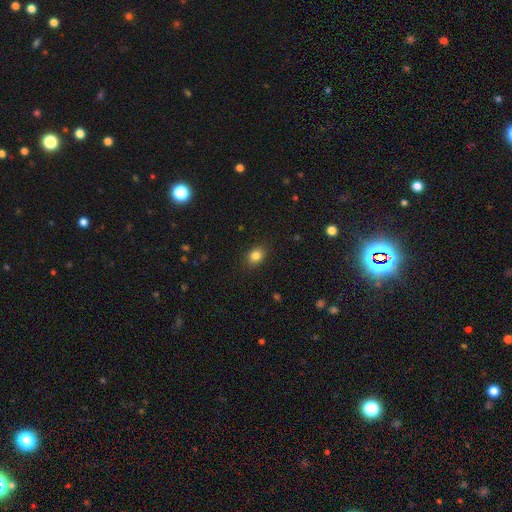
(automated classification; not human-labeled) Overall: smooth (83%). How rounded: in between (59%; round 40%). Merging: none (87%).